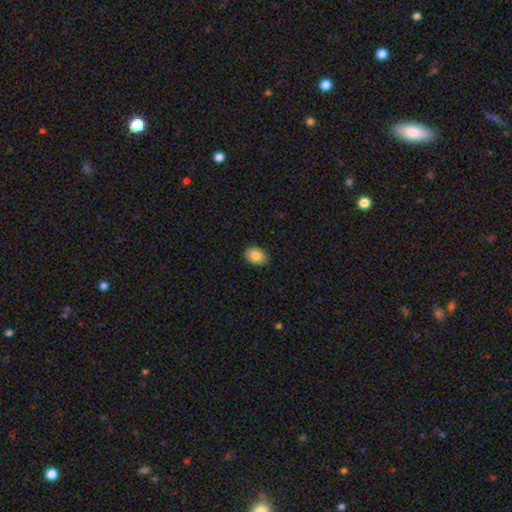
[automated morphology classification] This appears to be a smooth galaxy with no disk features (85%) that is in between round and cigar-shaped (78%). Merging: none (88%).